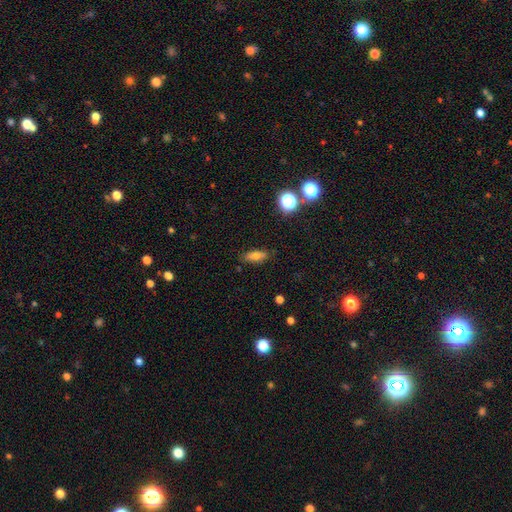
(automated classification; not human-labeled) The model was most divided on "how rounded": in between: 72%, cigar-shaped: 21%, round: 7%. More confident: merging — none (83%); smooth or featured — smooth (69%).